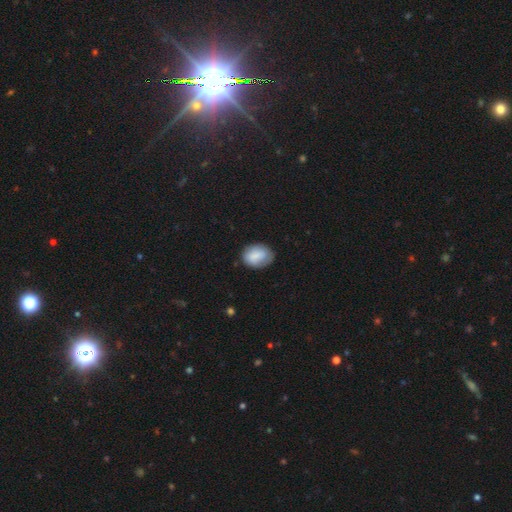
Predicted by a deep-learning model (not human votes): Smooth or featured? smooth (81%)
How rounded? in between (70%)
Merging? none (71%)